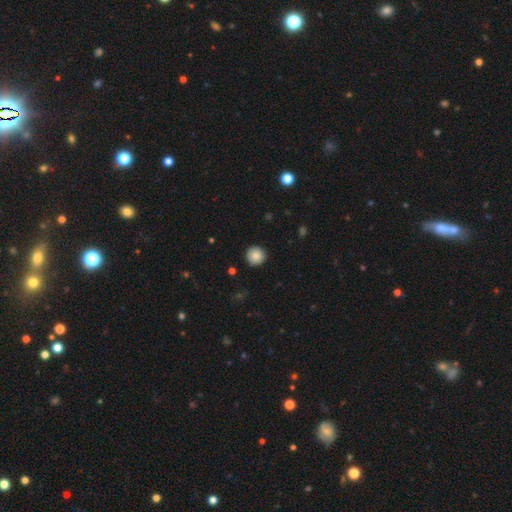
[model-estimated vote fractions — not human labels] Overall: smooth (87%). How rounded: round (95%). Merging: none (91%).